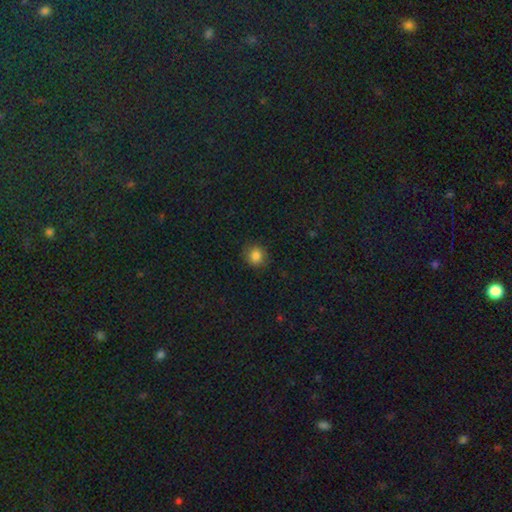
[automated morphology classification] Smooth or featured?
  - smooth: 84% *
  - star or artifact: 12%
  - featured or disk: 5%
How rounded?
  - round: 85% *
  - in between: 14%
  - cigar-shaped: 1%
Merging?
  - none: 86% *
  - minor disturbance: 10%
  - major disturbance: 3%
  - merger: 1%